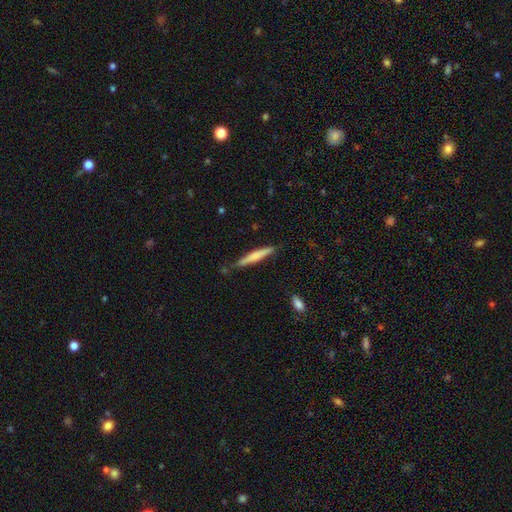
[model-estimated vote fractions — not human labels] A smooth galaxy with no disk features (62%) that is cigar-shaped (94%).

Vote fractions:
- Smooth or featured? smooth: 62% / featured or disk: 32% / star or artifact: 5%
- How rounded? cigar-shaped: 94% / in between: 5% / round: 1%
- Merging? none: 82% / minor disturbance: 14% / merger: 2% / major disturbance: 2%